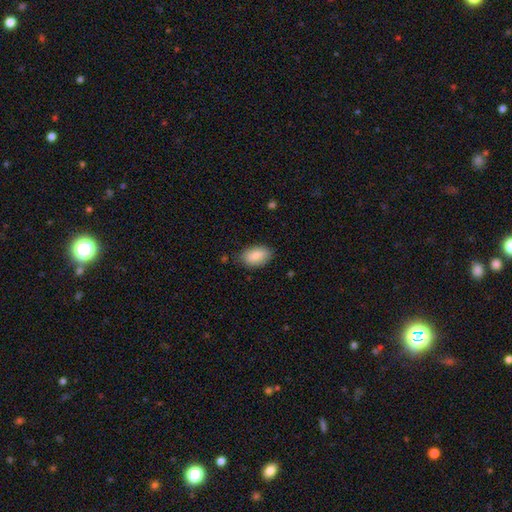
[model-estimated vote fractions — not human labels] This appears to be a smooth galaxy with no disk features (85%) that is in between round and cigar-shaped (92%). Merging: none (81%).